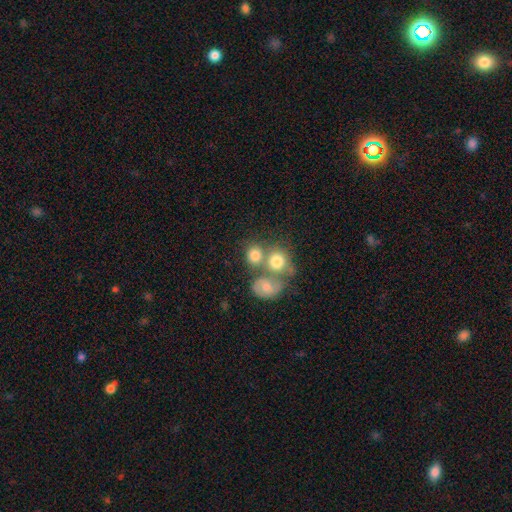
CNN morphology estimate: The model was most divided on "merging": merger: 46%, none: 39%, minor disturbance: 10%, major disturbance: 6%. More confident: how rounded — round (73%); smooth or featured — smooth (70%).